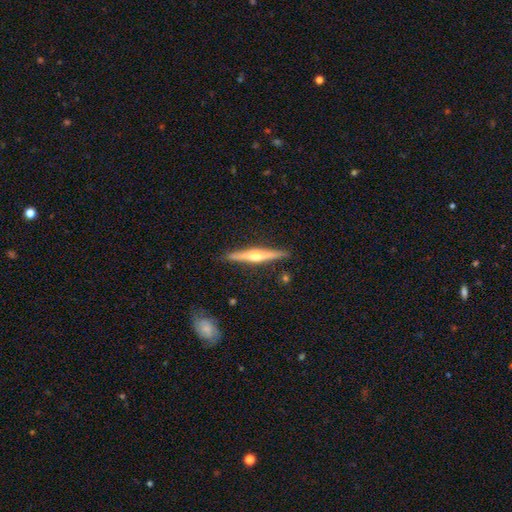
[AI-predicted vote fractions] Morphology: type=featured or disk (72%); edge-on=yes (98%); edge-on bulge=rounded (91%); merging=none (90%).